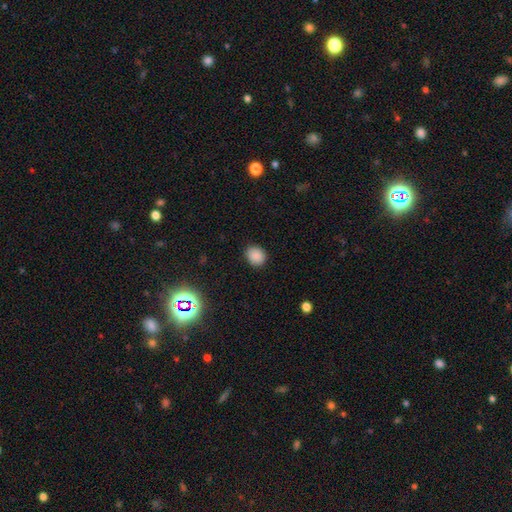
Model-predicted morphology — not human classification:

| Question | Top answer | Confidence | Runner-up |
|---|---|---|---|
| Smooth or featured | smooth | 87% | star or artifact (10%) |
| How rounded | round | 65% | in between (34%) |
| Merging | none | 88% | minor disturbance (9%) |